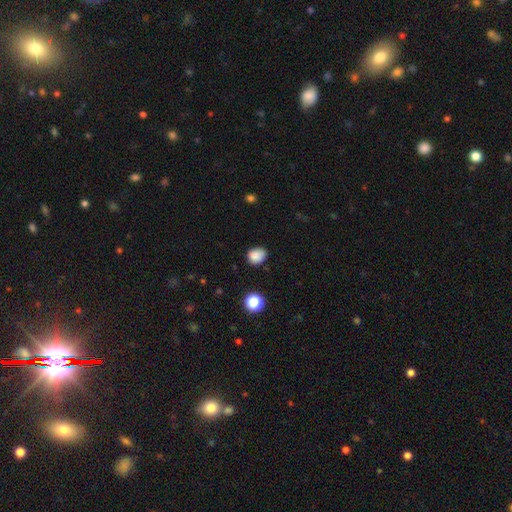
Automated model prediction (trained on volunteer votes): Smooth or featured: smooth — 85% (star or artifact — 11%)
How rounded: round — 60% (in between — 39%)
Merging: none — 75% (minor disturbance — 19%)